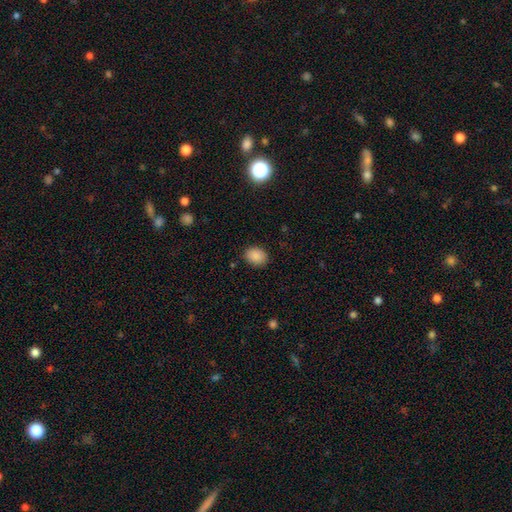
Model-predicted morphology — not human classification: type=smooth (88%); roundness=in between (60%); merging=none (87%).